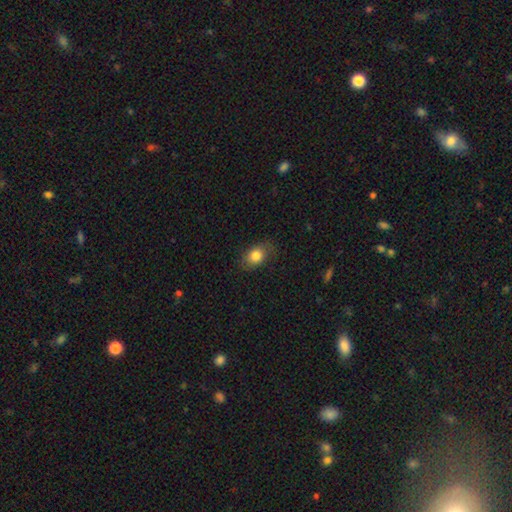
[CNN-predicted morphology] The model was most divided on "how rounded": in between: 73%, round: 26%, cigar-shaped: 2%. More confident: smooth or featured — smooth (81%); merging — none (75%).